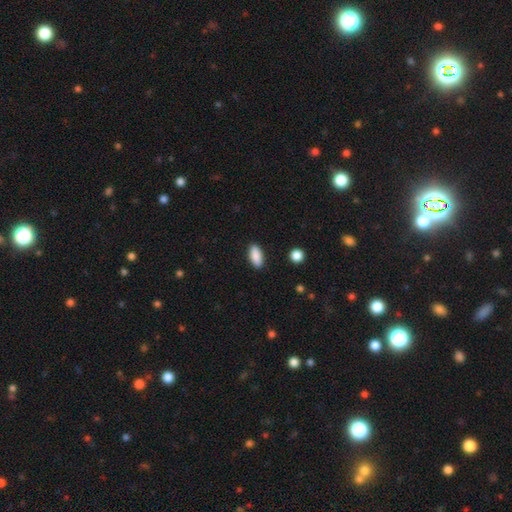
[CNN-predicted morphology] Q: Smooth or featured?
A: smooth (88%); runner-up: star or artifact (6%)
Q: How rounded?
A: in between (83%); runner-up: cigar-shaped (15%)
Q: Merging?
A: none (89%); runner-up: minor disturbance (8%)